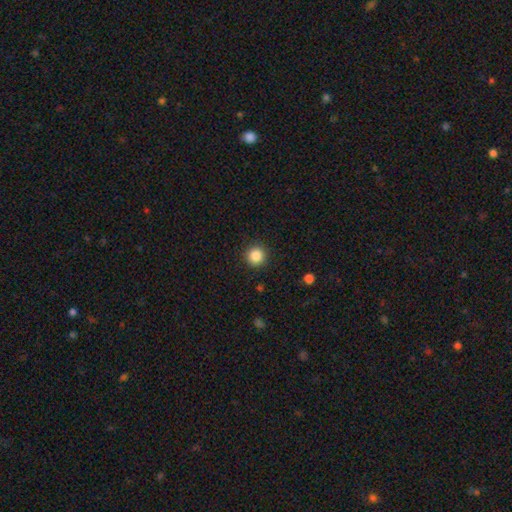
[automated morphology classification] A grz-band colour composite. It shows a smooth galaxy with no disk features (86%) that is round (95%). Merging: none (92%).